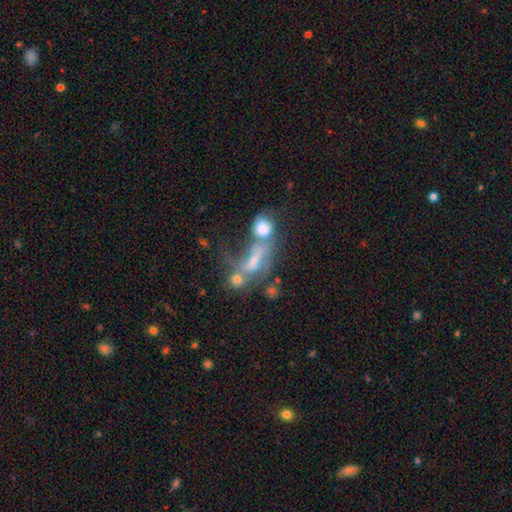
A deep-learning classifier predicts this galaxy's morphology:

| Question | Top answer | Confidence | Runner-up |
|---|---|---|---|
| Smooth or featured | featured or disk | 48% | smooth (29%) |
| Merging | merger | 49% | major disturbance (21%) |